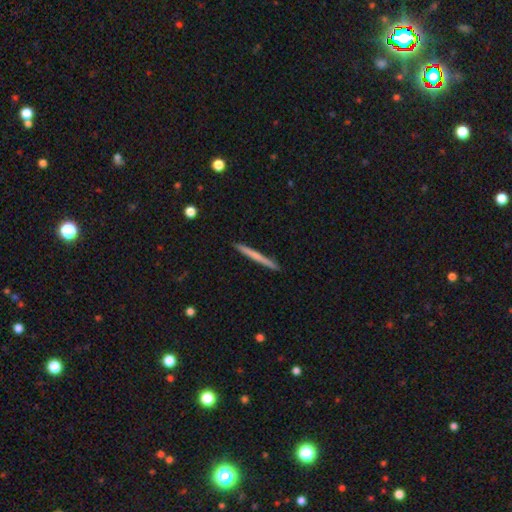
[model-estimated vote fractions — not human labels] A smooth galaxy with no disk features (57%) that is cigar-shaped (97%).

Vote fractions:
- Smooth or featured? smooth: 57% / featured or disk: 38% / star or artifact: 5%
- How rounded? cigar-shaped: 97% / in between: 2% / round: 1%
- Merging? none: 93% / minor disturbance: 5% / major disturbance: 1% / merger: 1%